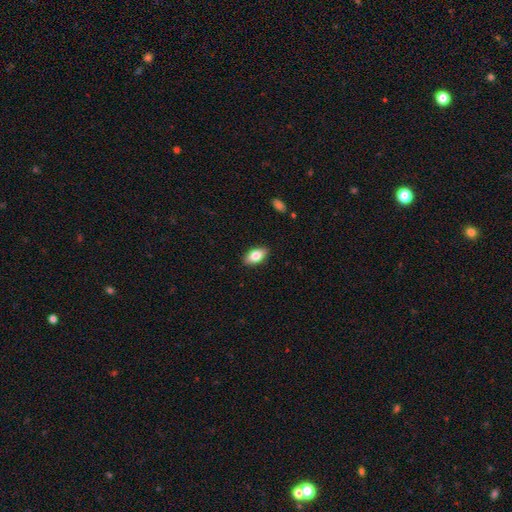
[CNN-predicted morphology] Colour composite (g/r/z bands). It shows a smooth galaxy with no disk features (82%) that is in between round and cigar-shaped (92%). Merging: none (88%).